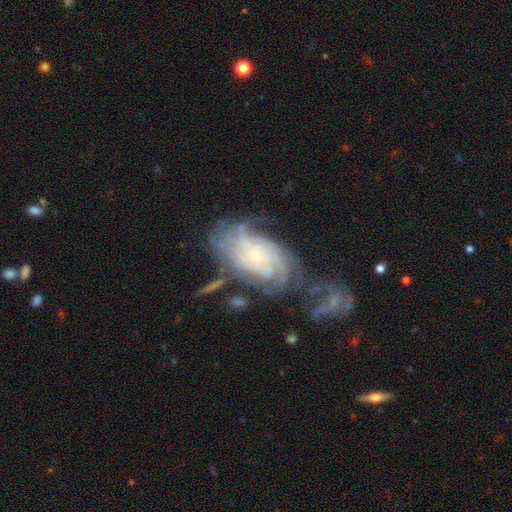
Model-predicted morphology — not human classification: Q: Smooth or featured?
A: featured or disk (85%); runner-up: smooth (8%)
Q: Edge-on disk?
A: no (96%); runner-up: yes (4%)
Q: Bar?
A: no (72%); runner-up: weak (23%)
Q: Spiral arms?
A: yes (95%); runner-up: no (5%)
Q: Spiral winding?
A: tight (68%); runner-up: medium (24%)
Q: Spiral arm count?
A: can't tell (34%); runner-up: 4 (24%)
Q: Bulge size?
A: small (78%); runner-up: moderate (17%)
Q: Merging?
A: none (52%); runner-up: minor disturbance (21%)